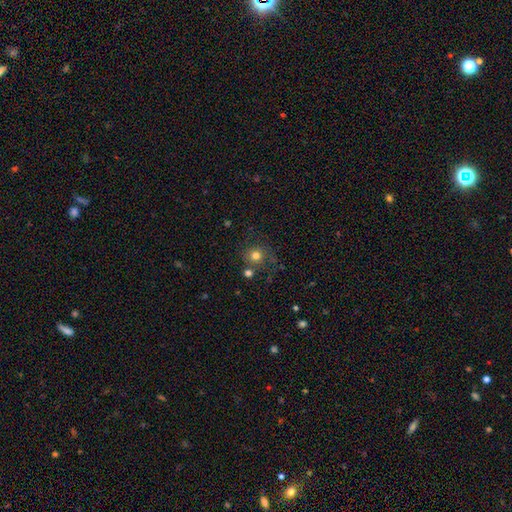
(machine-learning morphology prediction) type=smooth (77%); roundness=round (91%); merging=none (73%).